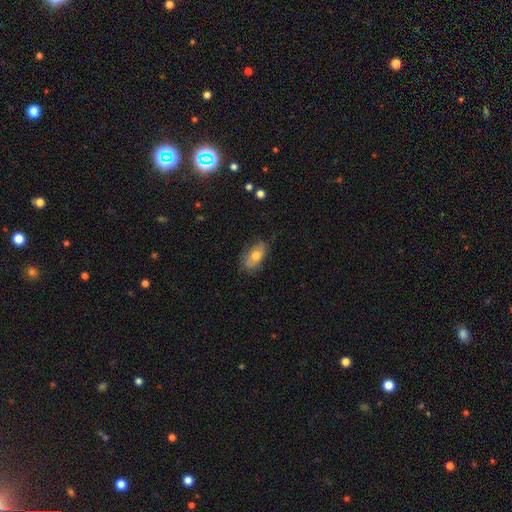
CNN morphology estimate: The model was most divided on "smooth or featured": smooth: 66%, featured or disk: 27%, star or artifact: 7%. More confident: how rounded — in between (89%); merging — none (69%).